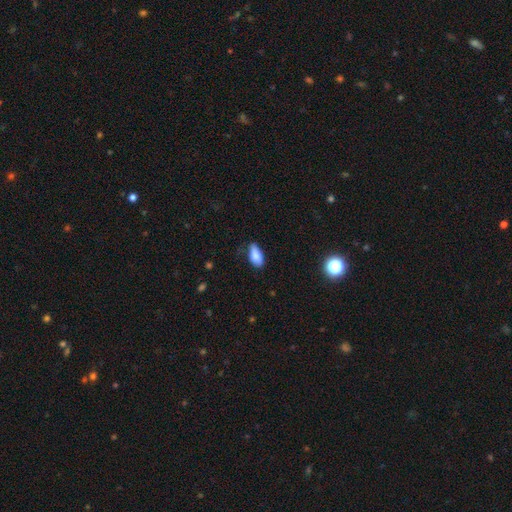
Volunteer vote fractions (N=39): Morphology: type=smooth (77%); roundness=in between (83%); merging=none (46%).